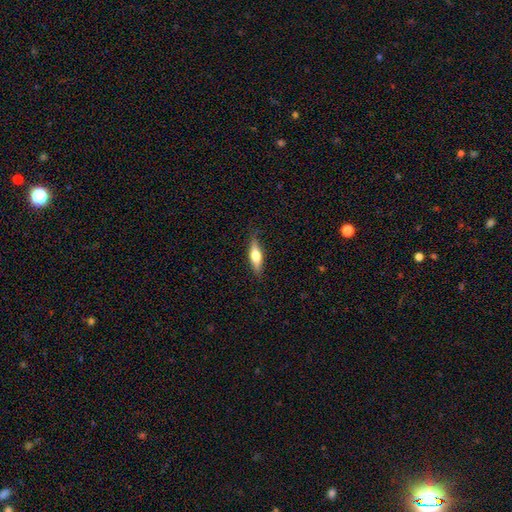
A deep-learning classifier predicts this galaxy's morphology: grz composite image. It shows a smooth galaxy with no disk features (57%) that is cigar-shaped (56%). Merging: none (82%).